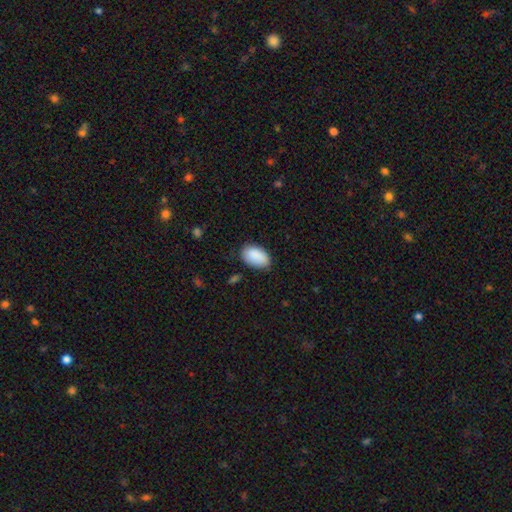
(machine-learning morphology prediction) Overall: smooth (89%). How rounded: in between (92%). Merging: none (75%).